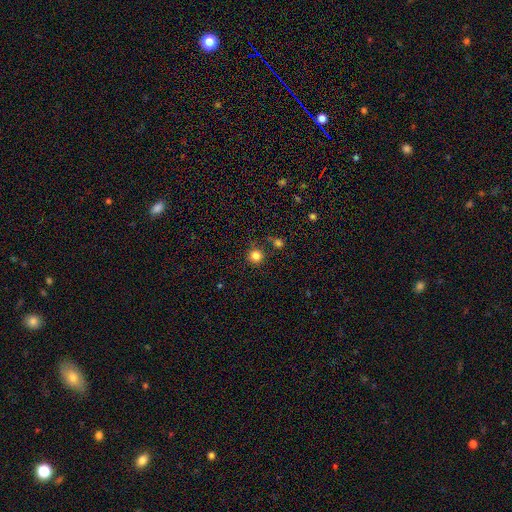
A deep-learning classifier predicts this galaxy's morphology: Smooth or featured?
  - smooth: 83% *
  - star or artifact: 13%
  - featured or disk: 4%
How rounded?
  - round: 95% *
  - in between: 4%
  - cigar-shaped: 1%
Merging?
  - none: 86% *
  - minor disturbance: 7%
  - merger: 5%
  - major disturbance: 3%